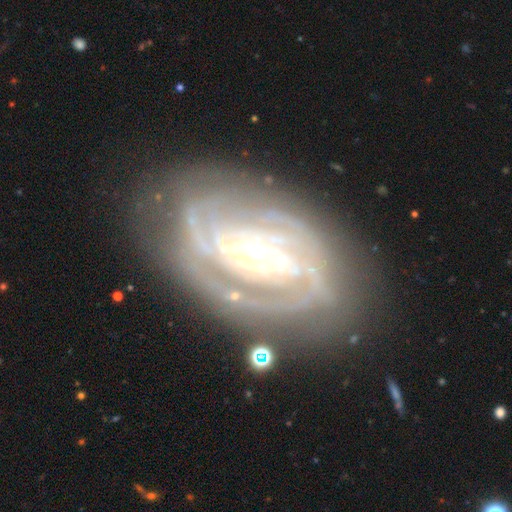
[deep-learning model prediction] This is clearly a featured or disk galaxy (89%). It is clearly not viewed edge-on (95%). Bar: marginally strong (41%). Spiral arm pattern: clearly yes (97%). Spiral arm count: marginally 2 (34%). Spiral winding: likely tight (66%). Central bulge: likely moderate (62%). Merging: likely none (75%).